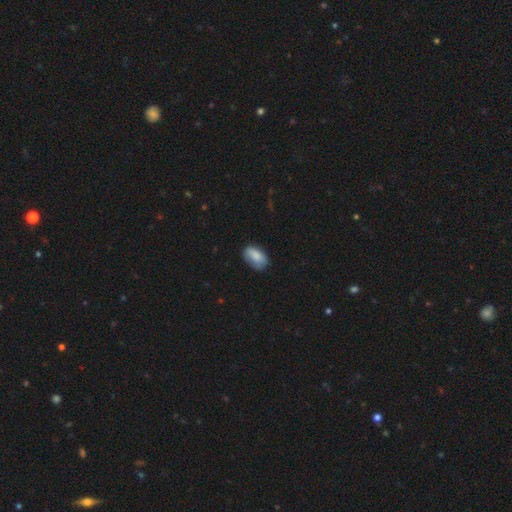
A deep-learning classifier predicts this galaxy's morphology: type=smooth (83%); roundness=in between (92%); merging=none (66%).